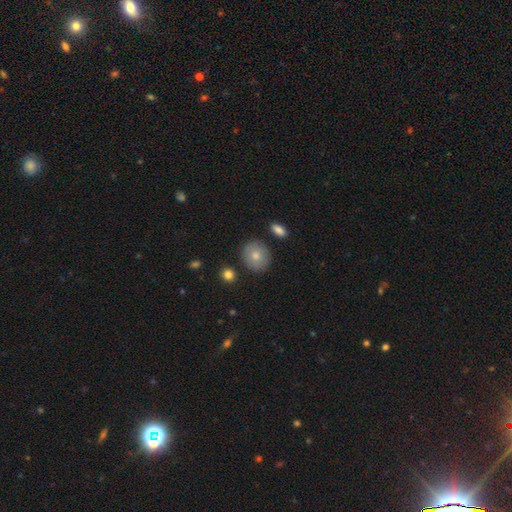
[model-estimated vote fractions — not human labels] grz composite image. It shows a smooth galaxy with no disk features (78%) that is round (76%). Merging: none (83%).